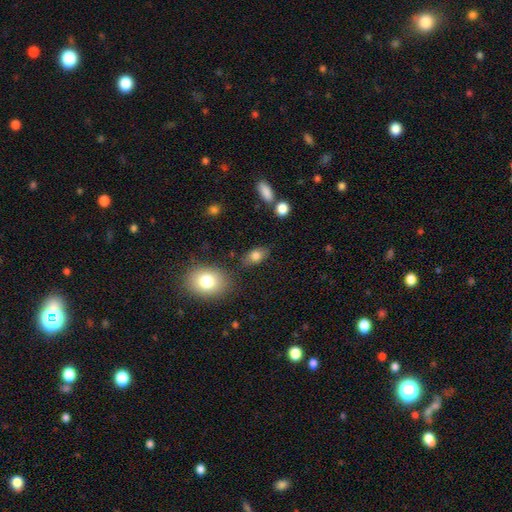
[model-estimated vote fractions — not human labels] smooth 79%, featured or disk 12%, star or artifact 9%. Down the decision tree: how rounded — in between (86%); merging — none (77%).